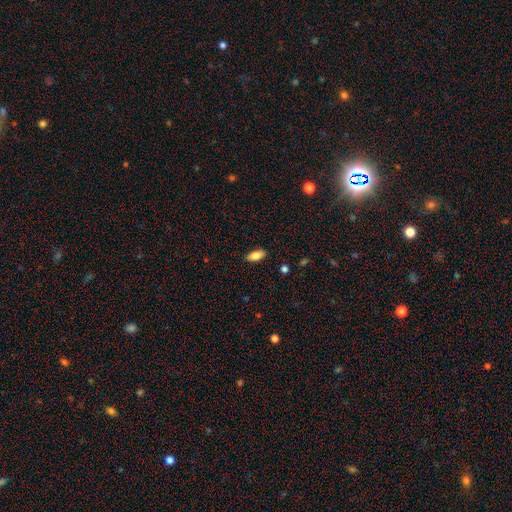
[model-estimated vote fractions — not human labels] Smooth or featured? Predicted: smooth (p=0.82). How rounded? Predicted: in between (p=0.89). Merging? Predicted: none (p=0.88).